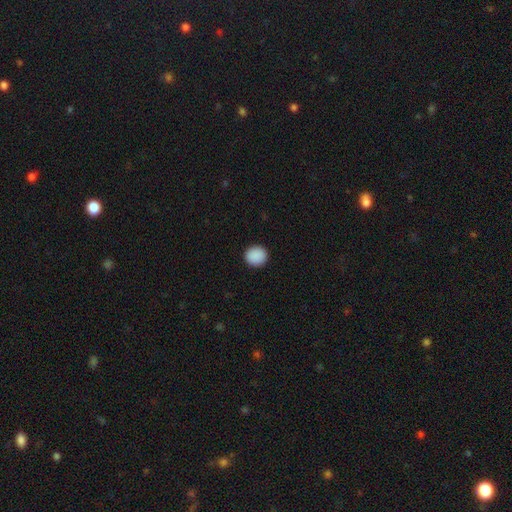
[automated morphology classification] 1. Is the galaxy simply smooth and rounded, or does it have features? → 90% smooth, 8% star or artifact, 2% featured or disk.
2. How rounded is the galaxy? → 89% round, 10% in between, 1% cigar-shaped.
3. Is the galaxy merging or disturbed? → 92% none, 5% minor disturbance, 2% major disturbance, 1% merger.